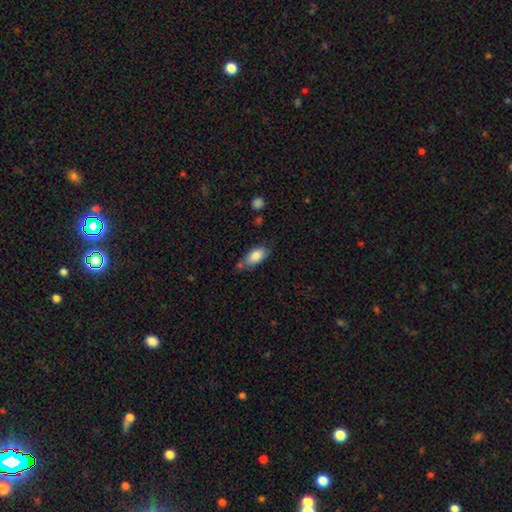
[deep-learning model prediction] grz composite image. It shows a smooth galaxy with no disk features (83%) that is in between round and cigar-shaped (88%). Merging: none (60%).